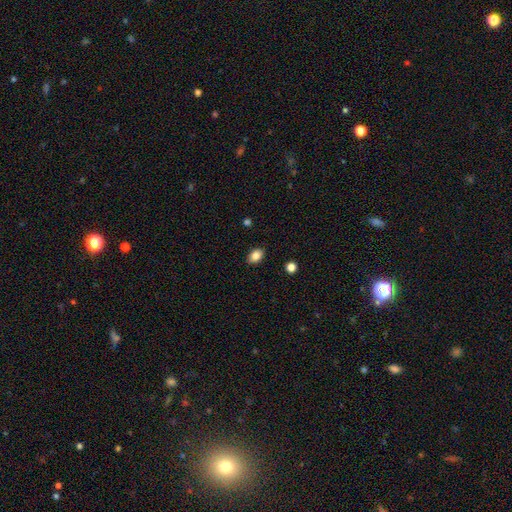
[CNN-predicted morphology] A smooth galaxy with no disk features (85%) that is in between round and cigar-shaped (84%).

Vote fractions:
- Smooth or featured? smooth: 85% / star or artifact: 9% / featured or disk: 6%
- How rounded? in between: 84% / round: 14% / cigar-shaped: 1%
- Merging? none: 88% / minor disturbance: 9% / major disturbance: 2% / merger: 1%